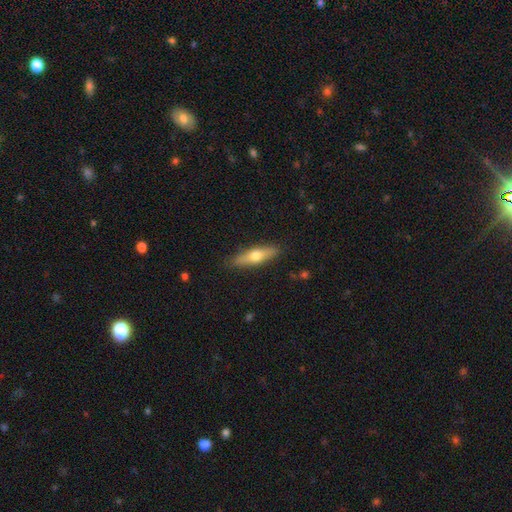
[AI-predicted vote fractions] smooth_or_featured: smooth (p=0.51) [alt: featured or disk p=0.44]
how_rounded: cigar-shaped (p=0.67) [alt: in between p=0.31]
merging: none (p=0.88) [alt: minor disturbance p=0.09]